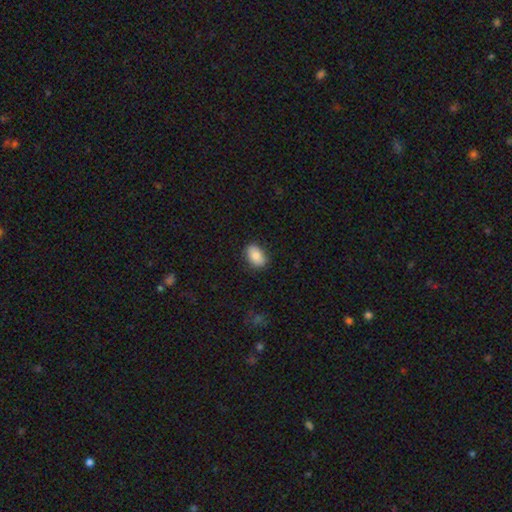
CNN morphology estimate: The model was most divided on "merging": none: 85%, minor disturbance: 12%, major disturbance: 2%, merger: 1%. More confident: how rounded — in between (87%); smooth or featured — smooth (84%).